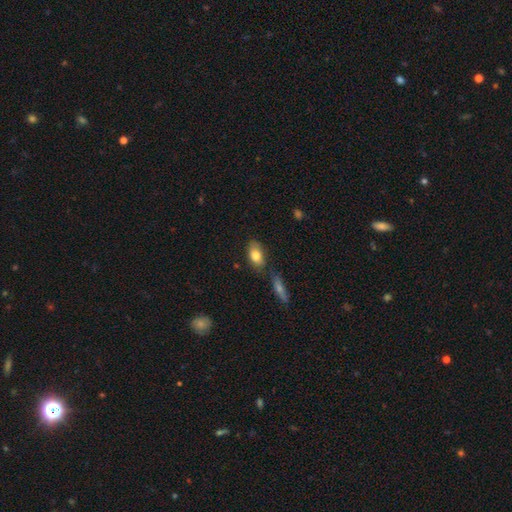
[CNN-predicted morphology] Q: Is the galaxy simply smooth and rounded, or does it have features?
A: smooth — 79%.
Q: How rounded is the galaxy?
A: in between — 88%.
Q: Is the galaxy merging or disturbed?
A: none — 70%.